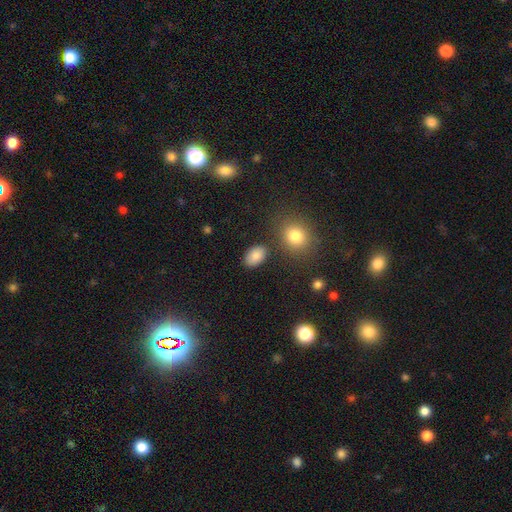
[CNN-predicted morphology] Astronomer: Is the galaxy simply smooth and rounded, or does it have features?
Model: smooth — 85%.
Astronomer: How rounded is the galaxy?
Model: in between — 85%.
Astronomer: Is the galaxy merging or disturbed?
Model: none — 83%.